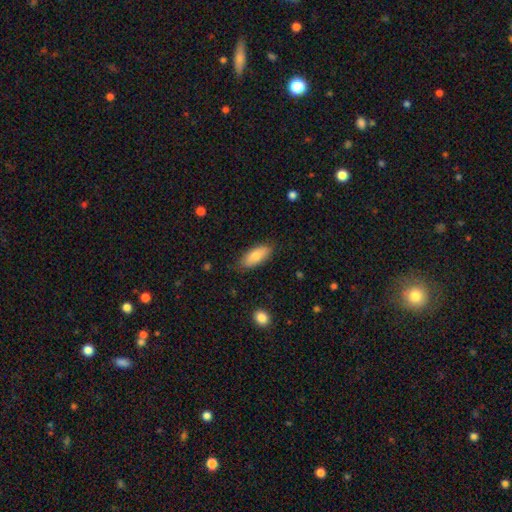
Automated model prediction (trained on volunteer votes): A smooth galaxy with no disk features (81%) that is in between round and cigar-shaped (81%).

Vote fractions:
- Smooth or featured? smooth: 81% / featured or disk: 13% / star or artifact: 6%
- How rounded? in between: 81% / cigar-shaped: 17% / round: 2%
- Merging? none: 82% / minor disturbance: 14% / major disturbance: 3% / merger: 1%